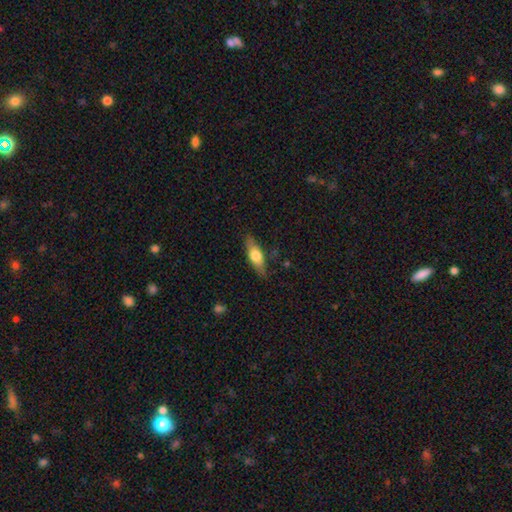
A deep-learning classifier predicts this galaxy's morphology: Smooth or featured? Predicted: smooth (p=0.59). How rounded? Predicted: in between (p=0.52). Merging? Predicted: none (p=0.83).